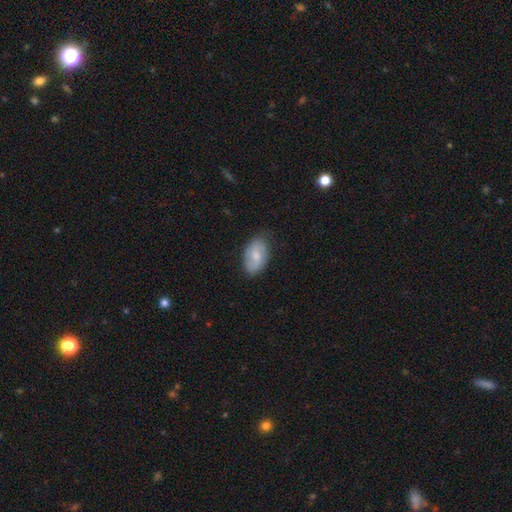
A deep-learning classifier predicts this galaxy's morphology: Smooth or featured? smooth (58%)
How rounded? in between (92%)
Merging? none (75%)